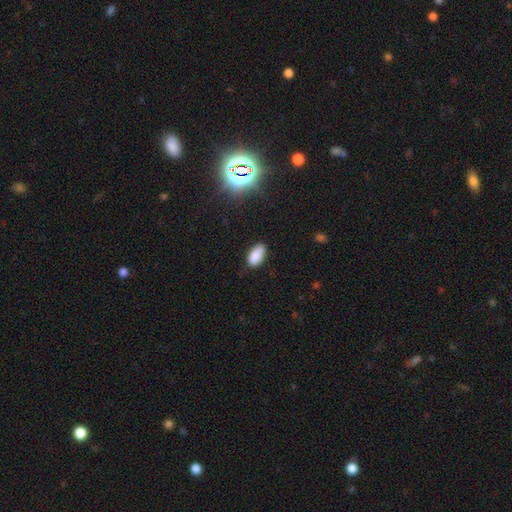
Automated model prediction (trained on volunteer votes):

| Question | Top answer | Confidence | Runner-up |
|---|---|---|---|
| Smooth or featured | smooth | 86% | star or artifact (9%) |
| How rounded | in between | 93% | cigar-shaped (4%) |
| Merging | none | 78% | minor disturbance (18%) |